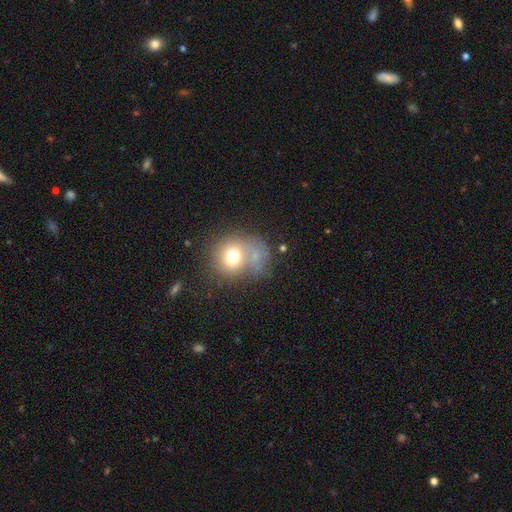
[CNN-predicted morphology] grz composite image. It shows a smooth galaxy with no disk features (65%) that is round (72%). Merging: none (34%).